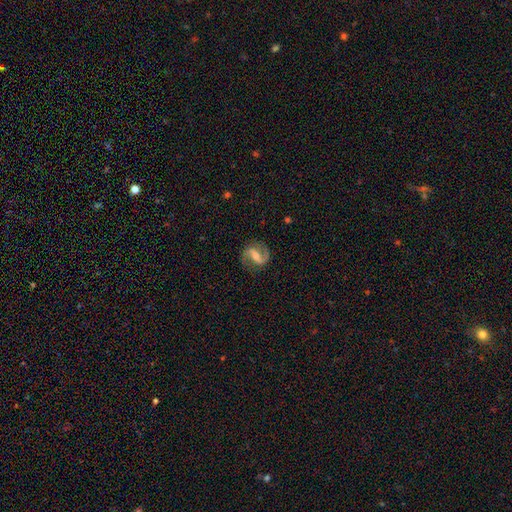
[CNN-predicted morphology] smooth_or_featured: featured or disk (p=0.85) [alt: smooth p=0.09]
disk_edge_on: no (p=0.97) [alt: yes p=0.03]
bar: strong (p=0.46) [alt: weak p=0.39]
has_spiral_arms: yes (p=0.95) [alt: no p=0.05]
spiral_winding: medium (p=0.48) [alt: loose p=0.38]
spiral_arm_count: 2 (p=0.92) [alt: 1 p=0.03]
bulge_size: moderate (p=0.50) [alt: small p=0.41]
merging: none (p=0.83) [alt: minor disturbance p=0.11]